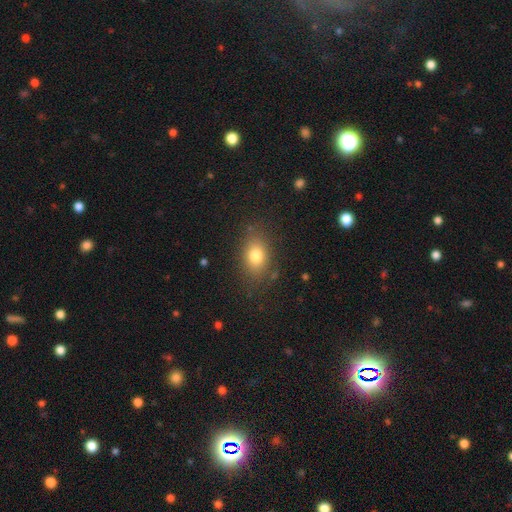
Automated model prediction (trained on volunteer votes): A smooth galaxy with no disk features (79%) that is in between round and cigar-shaped (75%). Merging: none (81%).